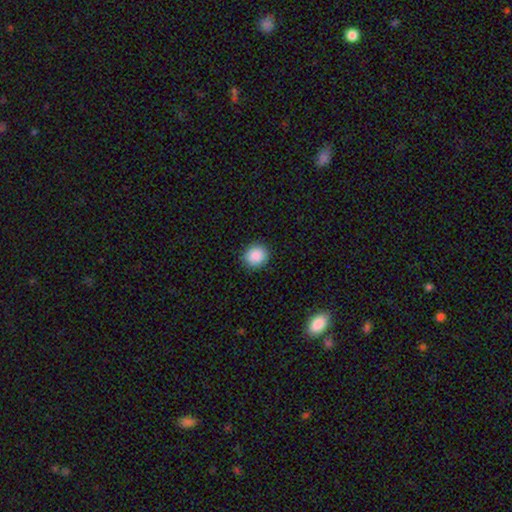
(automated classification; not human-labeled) Q: Smooth or featured?
A: smooth (89%); runner-up: star or artifact (8%)
Q: How rounded?
A: round (85%); runner-up: in between (14%)
Q: Merging?
A: none (91%); runner-up: minor disturbance (6%)